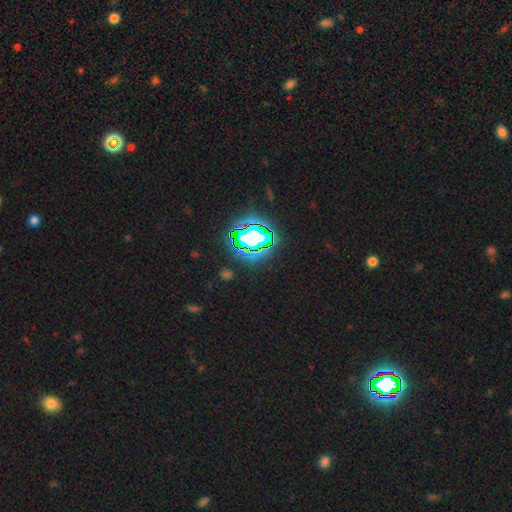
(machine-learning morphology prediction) star or artifact 82%, smooth 11%, featured or disk 7%.